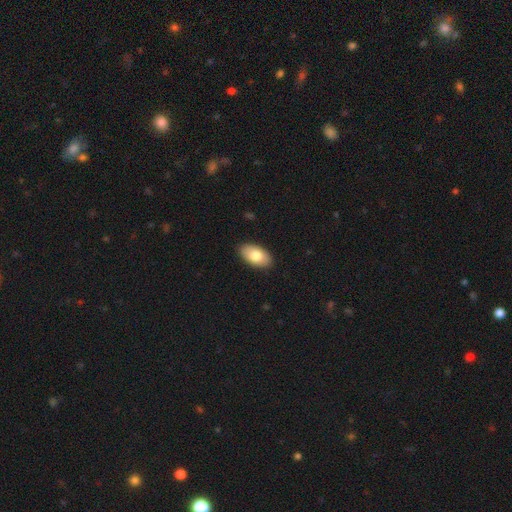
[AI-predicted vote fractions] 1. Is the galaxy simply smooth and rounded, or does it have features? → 80% smooth, 14% featured or disk, 6% star or artifact.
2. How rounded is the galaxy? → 94% in between, 4% round, 2% cigar-shaped.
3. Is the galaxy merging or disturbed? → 89% none, 8% minor disturbance, 2% major disturbance, 1% merger.